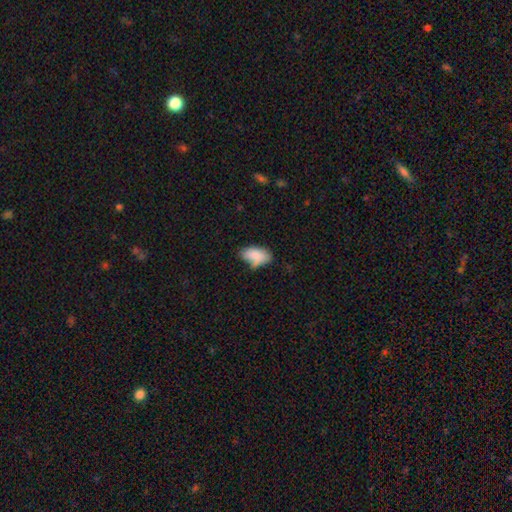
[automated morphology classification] Overall: smooth (82%). How rounded: in between (93%). Merging: none (51%; minor disturbance 30%).